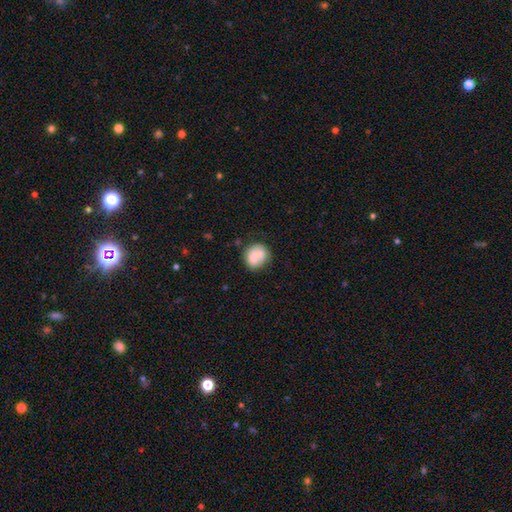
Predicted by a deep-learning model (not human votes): The model was most divided on "merging": none: 50%, merger: 22%, minor disturbance: 21%, major disturbance: 8%. More confident: smooth or featured — smooth (71%); how rounded — round (66%).